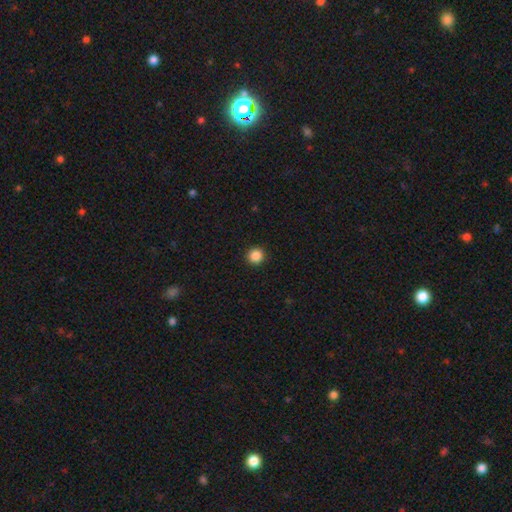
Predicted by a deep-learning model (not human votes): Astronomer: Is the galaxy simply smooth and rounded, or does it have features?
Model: smooth — 87%.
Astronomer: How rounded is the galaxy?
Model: round — 95%.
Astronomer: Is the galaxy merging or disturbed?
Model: none — 93%.